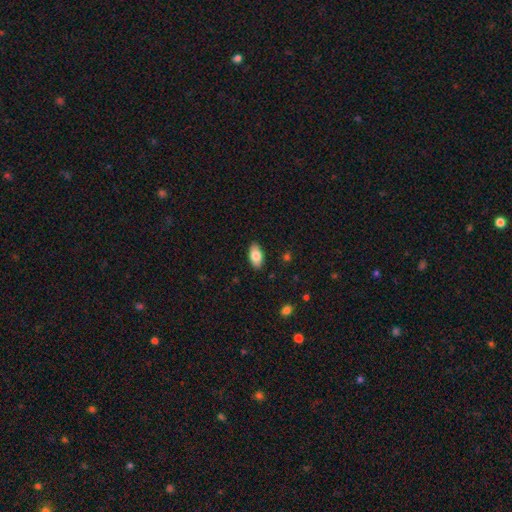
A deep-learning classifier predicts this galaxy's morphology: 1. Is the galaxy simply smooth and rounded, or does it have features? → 84% smooth, 10% featured or disk, 6% star or artifact.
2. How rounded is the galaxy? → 93% in between, 4% cigar-shaped, 3% round.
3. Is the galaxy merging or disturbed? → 88% none, 9% minor disturbance, 2% major disturbance, 1% merger.